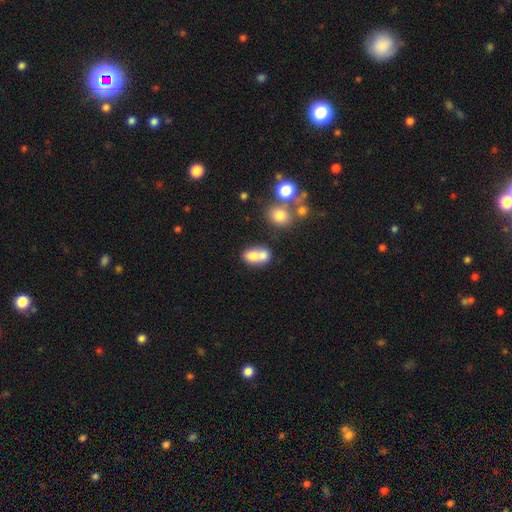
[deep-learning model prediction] Smooth or featured? smooth (71%)
How rounded? in between (66%)
Merging? merger (63%)